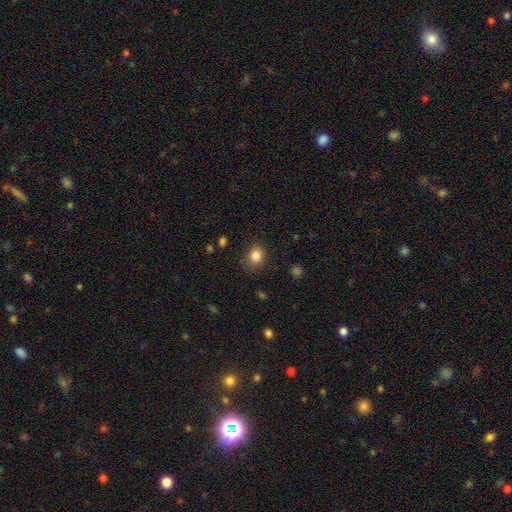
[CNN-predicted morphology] Smooth or featured? smooth (84%)
How rounded? round (64%)
Merging? none (84%)